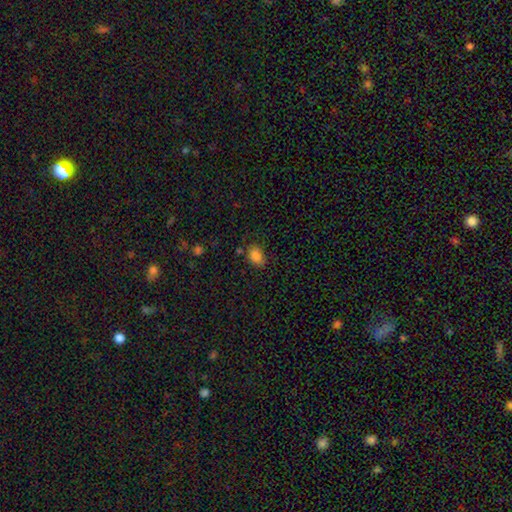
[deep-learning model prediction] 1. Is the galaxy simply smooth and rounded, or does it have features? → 85% smooth, 10% star or artifact, 5% featured or disk.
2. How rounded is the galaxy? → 77% in between, 22% round, 1% cigar-shaped.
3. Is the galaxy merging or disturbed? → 73% none, 18% minor disturbance, 4% major disturbance, 4% merger.